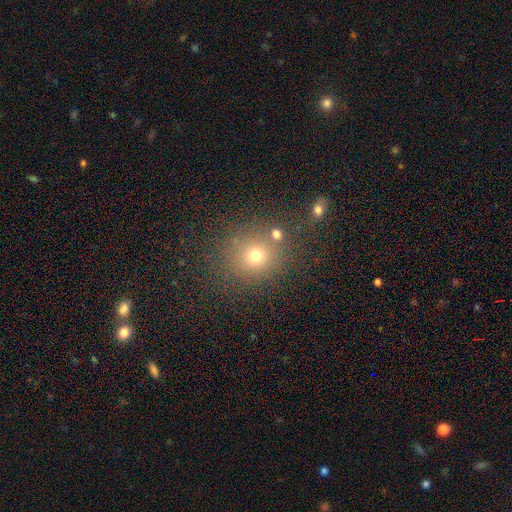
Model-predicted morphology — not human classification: type=smooth (69%); roundness=round (85%); merging=none (77%).